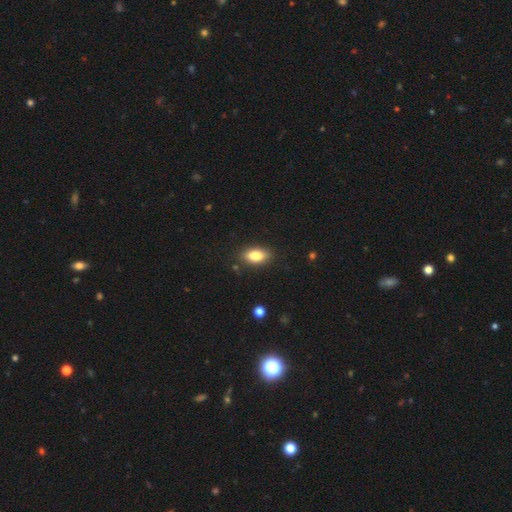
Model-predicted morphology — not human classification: Overall: smooth (82%). How rounded: in between (89%). Merging: none (86%).